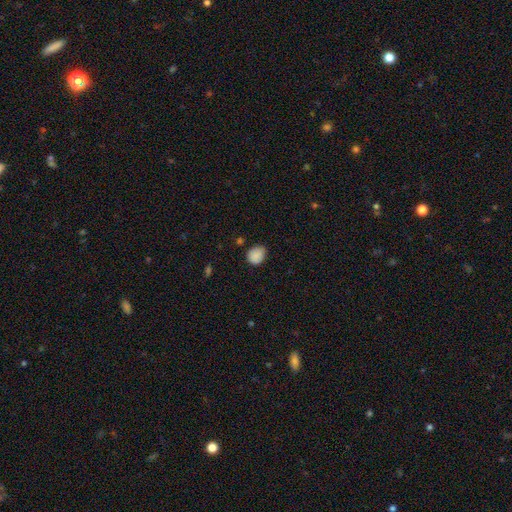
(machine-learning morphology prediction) Smooth or featured?
  - smooth: 87% *
  - star or artifact: 9%
  - featured or disk: 4%
How rounded?
  - round: 65% *
  - in between: 34%
  - cigar-shaped: 1%
Merging?
  - none: 69% *
  - minor disturbance: 24%
  - major disturbance: 4%
  - merger: 2%